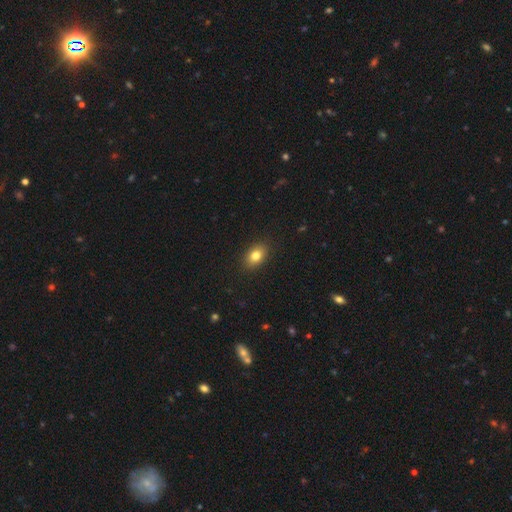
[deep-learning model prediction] A smooth galaxy with no disk features (81%) that is in between round and cigar-shaped (80%).

Vote fractions:
- Smooth or featured? smooth: 81% / star or artifact: 10% / featured or disk: 10%
- How rounded? in between: 80% / round: 18% / cigar-shaped: 2%
- Merging? none: 88% / minor disturbance: 9% / major disturbance: 2% / merger: 1%